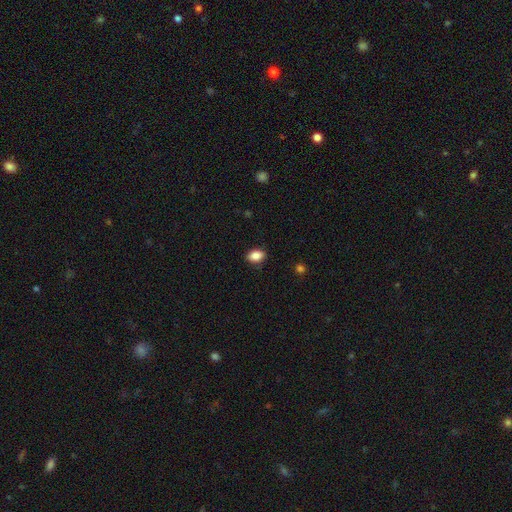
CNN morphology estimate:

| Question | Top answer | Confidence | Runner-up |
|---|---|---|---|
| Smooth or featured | smooth | 87% | star or artifact (8%) |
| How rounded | in between | 83% | round (15%) |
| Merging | none | 87% | minor disturbance (10%) |